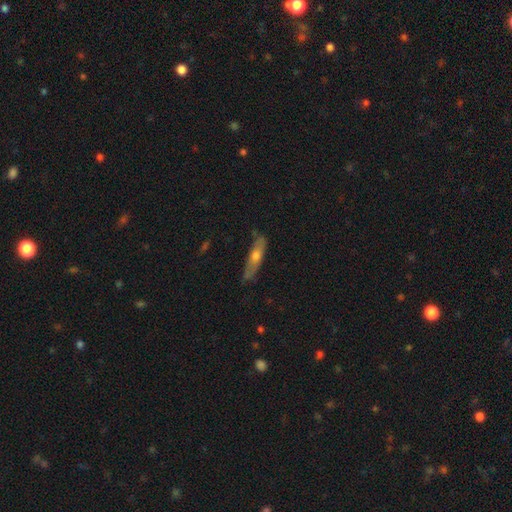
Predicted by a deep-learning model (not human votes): Smooth or featured: featured or disk — 49% (smooth — 44%)
Merging: none — 74% (minor disturbance — 20%)